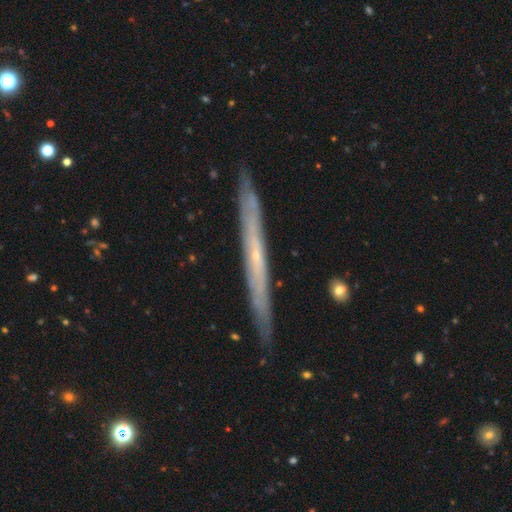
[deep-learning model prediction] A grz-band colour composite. It shows a featured or disk galaxy (69%) viewed edge-on (93%) with no central bulge (71%). Merging: none (88%).